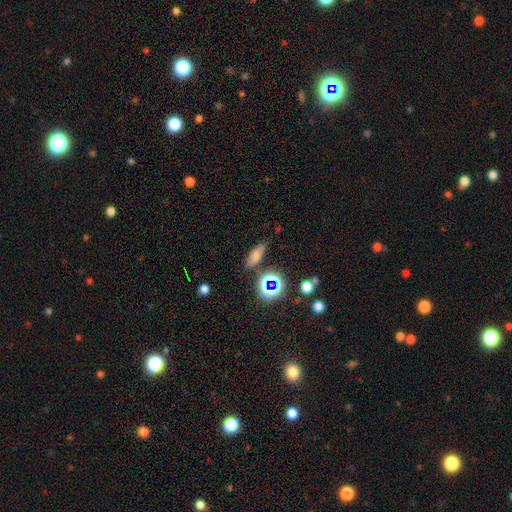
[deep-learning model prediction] Smooth or featured? Predicted: smooth (p=0.65). How rounded? Predicted: in between (p=0.62). Merging? Predicted: none (p=0.76).